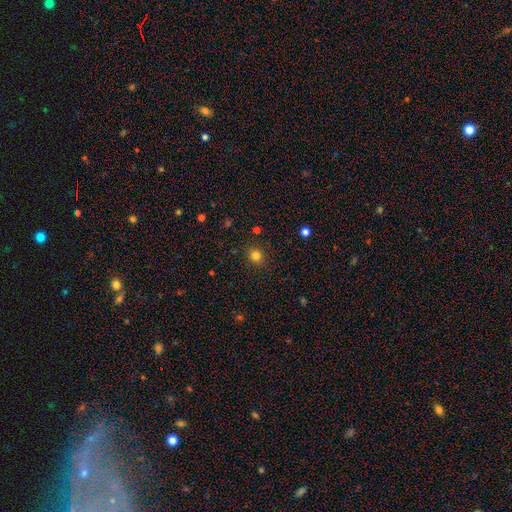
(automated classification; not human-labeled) Smooth or featured: smooth — 82% (star or artifact — 13%)
How rounded: round — 79% (in between — 20%)
Merging: none — 88% (minor disturbance — 8%)